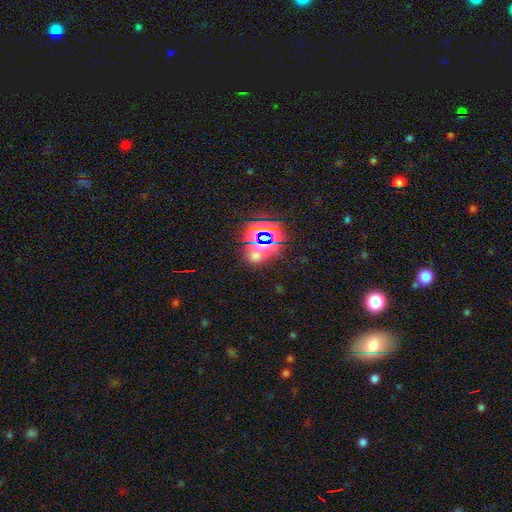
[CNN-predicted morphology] Overall: star or artifact (65%; smooth 26%).